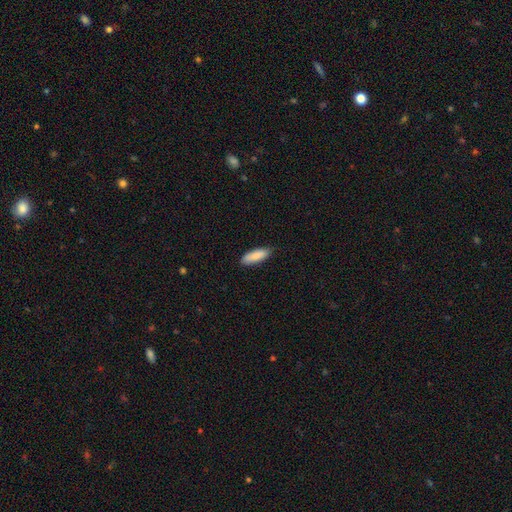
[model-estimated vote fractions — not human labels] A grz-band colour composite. It shows a smooth galaxy with no disk features (87%) that is in between round and cigar-shaped (59%). Merging: none (84%).